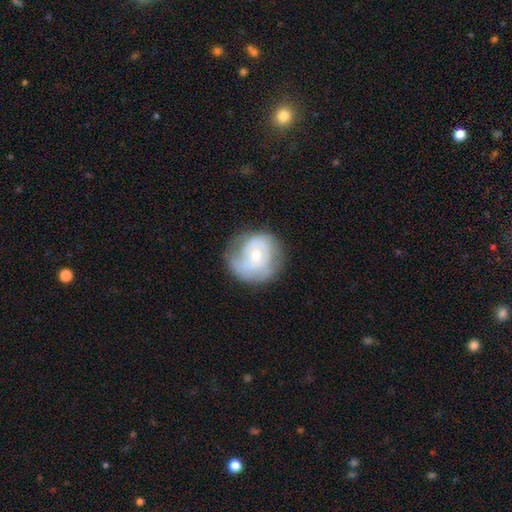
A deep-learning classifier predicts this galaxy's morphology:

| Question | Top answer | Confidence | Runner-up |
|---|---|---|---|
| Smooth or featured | featured or disk | 63% | smooth (30%) |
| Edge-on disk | no | 97% | yes (3%) |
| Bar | no | 72% | weak (23%) |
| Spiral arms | yes | 75% | no (25%) |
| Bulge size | moderate | 51% | small (45%) |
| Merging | none | 63% | minor disturbance (24%) |